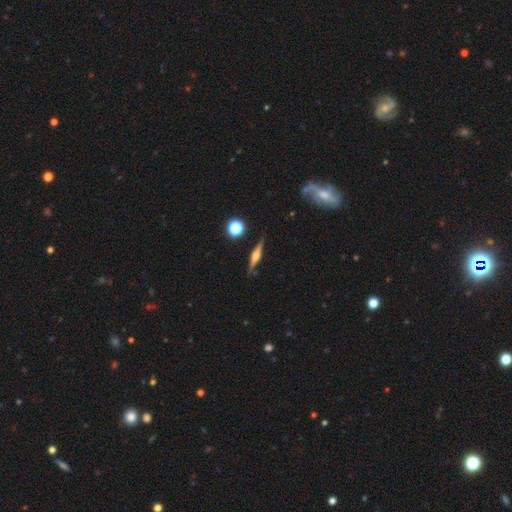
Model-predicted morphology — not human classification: The model was most divided on "smooth or featured": featured or disk: 68%, smooth: 24%, star or artifact: 8%. More confident: edge-on disk — yes (97%); edge-on bulge — rounded (89%); merging — none (86%).